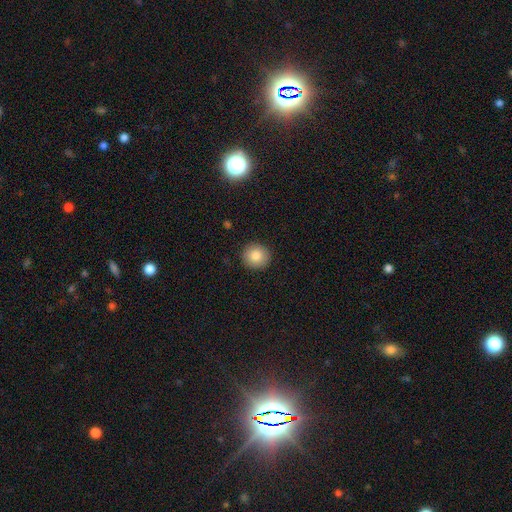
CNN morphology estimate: Smooth or featured? smooth (84%)
How rounded? round (91%)
Merging? none (91%)